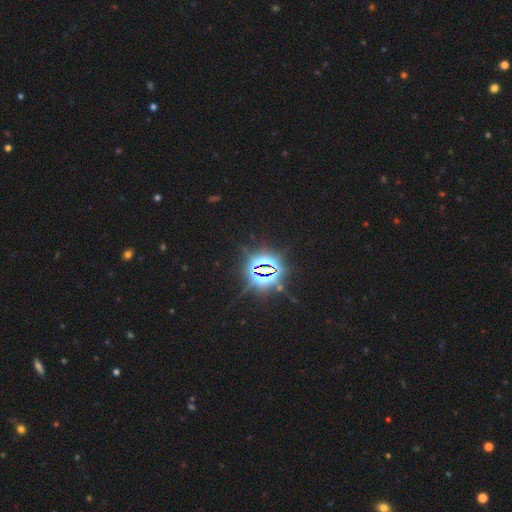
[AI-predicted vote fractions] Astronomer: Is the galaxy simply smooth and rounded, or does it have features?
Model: star or artifact — 85%.